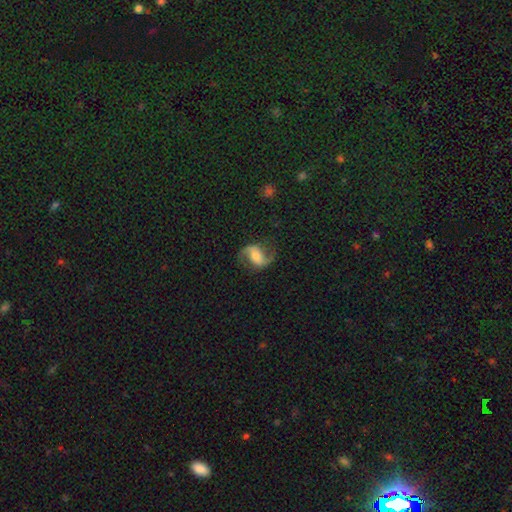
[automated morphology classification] featured or disk 82%, smooth 12%, star or artifact 6%. Down the decision tree: edge-on disk — no (97%); bar — weak (39%); spiral arms — yes (95%); spiral arm count — 2 (93%); spiral winding — loose (60%); bulge size — moderate (51%); merging — none (77%).